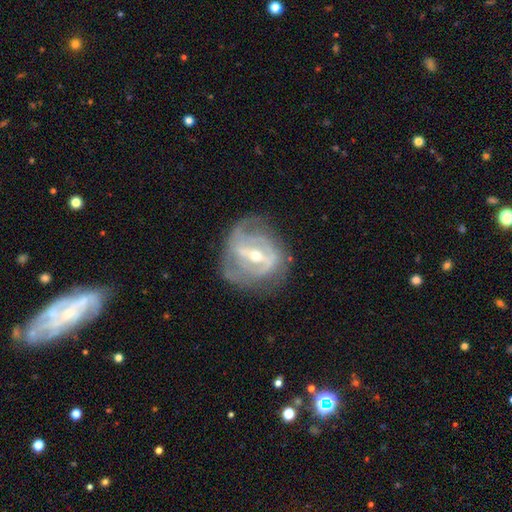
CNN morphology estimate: type=featured or disk (85%); edge-on=no (95%); bar=strong (55%); spiral arms=yes (82%); winding=tight (42%); arm count=2 (43%); bulge=moderate (49%); merging=none (60%).